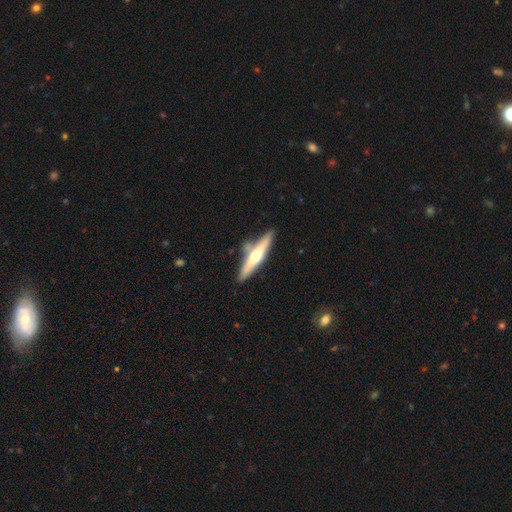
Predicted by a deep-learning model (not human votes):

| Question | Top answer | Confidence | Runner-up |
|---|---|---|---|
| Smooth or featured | featured or disk | 57% | smooth (38%) |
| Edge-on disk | yes | 94% | no (6%) |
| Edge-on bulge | rounded | 89% | none (7%) |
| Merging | none | 74% | minor disturbance (14%) |